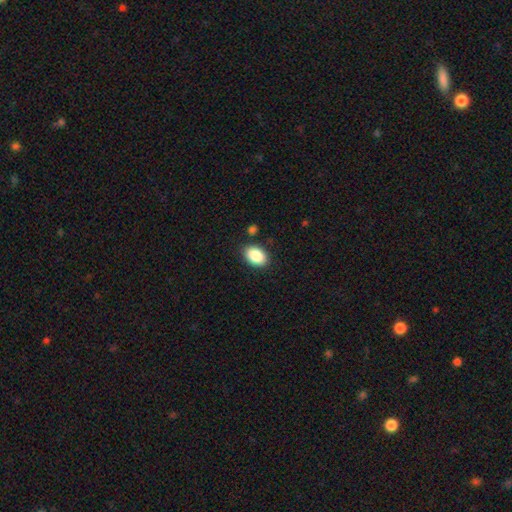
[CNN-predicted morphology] Q: Smooth or featured?
A: smooth (89%); runner-up: star or artifact (7%)
Q: How rounded?
A: in between (86%); runner-up: round (13%)
Q: Merging?
A: none (85%); runner-up: minor disturbance (10%)